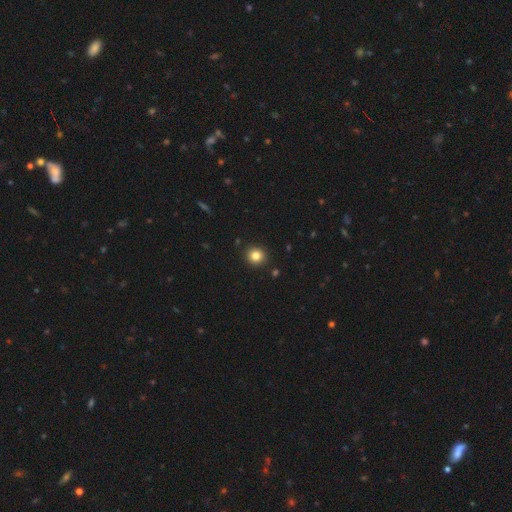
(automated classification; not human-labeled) smooth 83%, star or artifact 12%, featured or disk 6%. Down the decision tree: how rounded — round (89%); merging — none (91%).